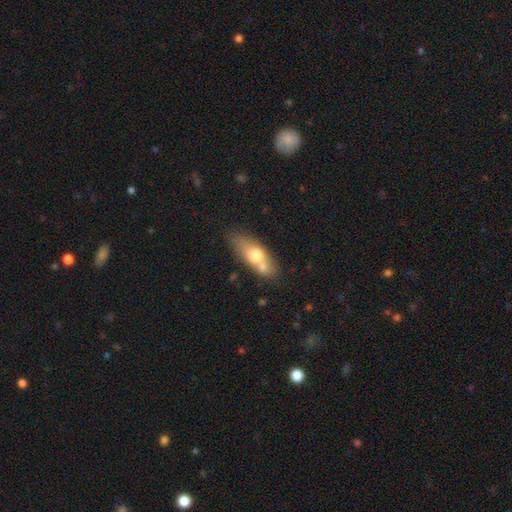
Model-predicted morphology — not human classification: Smooth or featured: smooth — 62% (featured or disk — 30%)
How rounded: in between — 68% (cigar-shaped — 26%)
Merging: none — 50% (merger — 28%)